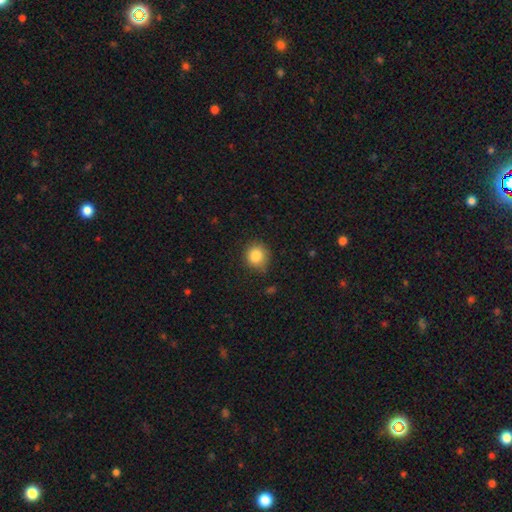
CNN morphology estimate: smooth-or-featured: smooth: 85% | star or artifact: 10% | featured or disk: 5%
  how-rounded: round: 84% | in between: 15% | cigar-shaped: 1%
  merging: none: 76% | minor disturbance: 18% | major disturbance: 4% | merger: 1%